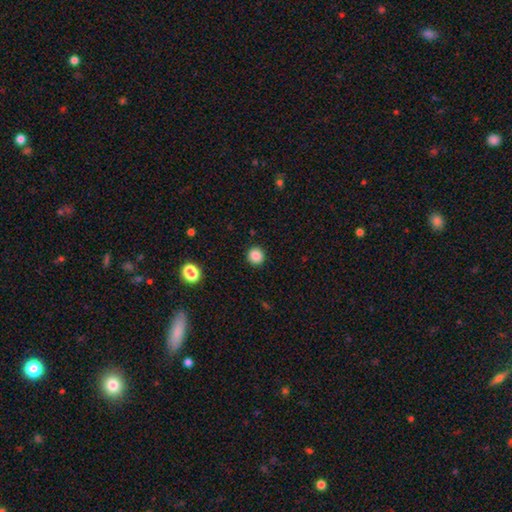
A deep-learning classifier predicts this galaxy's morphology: smooth 86%, star or artifact 11%, featured or disk 3%. Down the decision tree: how rounded — round (93%); merging — none (91%).